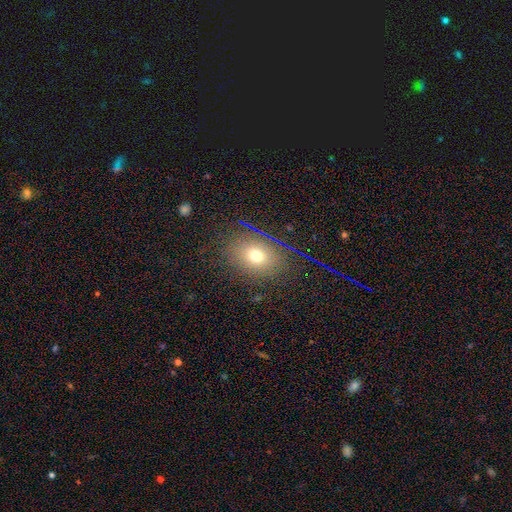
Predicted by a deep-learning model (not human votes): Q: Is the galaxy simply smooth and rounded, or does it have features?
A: smooth — 68%.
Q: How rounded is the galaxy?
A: in between — 49%, tied with round.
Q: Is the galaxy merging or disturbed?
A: none — 83%.